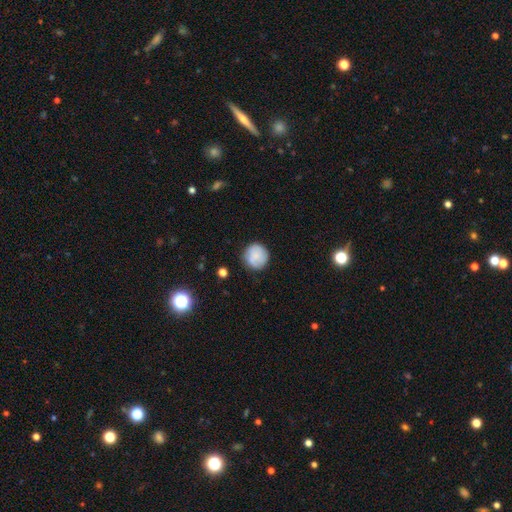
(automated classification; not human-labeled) smooth_or_featured: smooth (p=0.73) [alt: featured or disk p=0.19]
how_rounded: round (p=0.91) [alt: in between p=0.08]
merging: none (p=0.80) [alt: minor disturbance p=0.14]